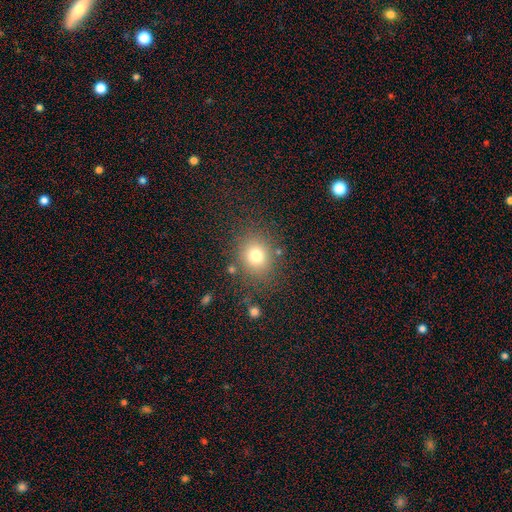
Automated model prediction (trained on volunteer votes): Q: Smooth or featured?
A: smooth (76%); runner-up: star or artifact (15%)
Q: How rounded?
A: round (69%); runner-up: in between (30%)
Q: Merging?
A: none (80%); runner-up: minor disturbance (11%)